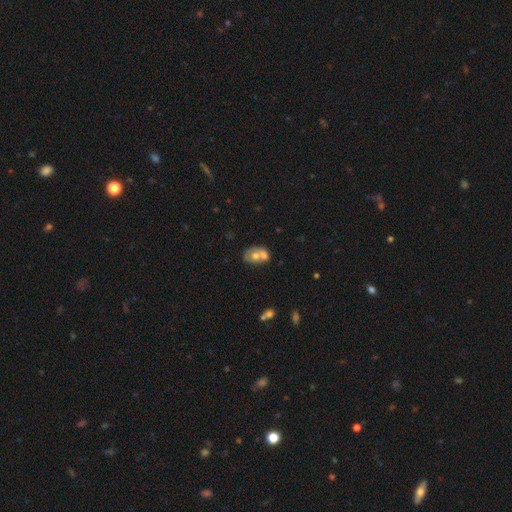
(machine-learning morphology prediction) Q: Smooth or featured?
A: smooth (59%); runner-up: featured or disk (33%)
Q: How rounded?
A: in between (66%); runner-up: round (33%)
Q: Merging?
A: merger (62%); runner-up: none (23%)